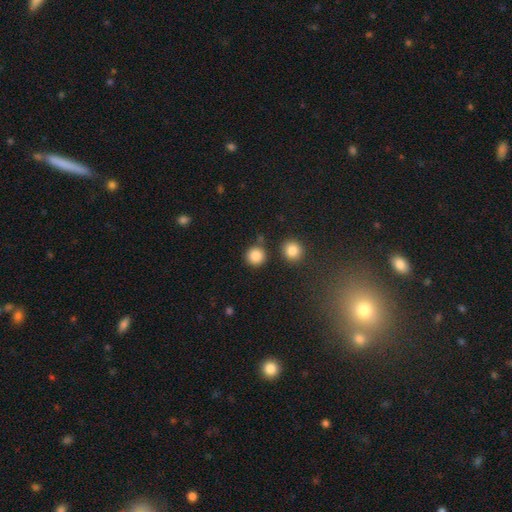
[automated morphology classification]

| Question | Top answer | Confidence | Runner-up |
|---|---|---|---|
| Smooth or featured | smooth | 86% | star or artifact (10%) |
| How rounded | round | 93% | in between (6%) |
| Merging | none | 81% | minor disturbance (8%) |